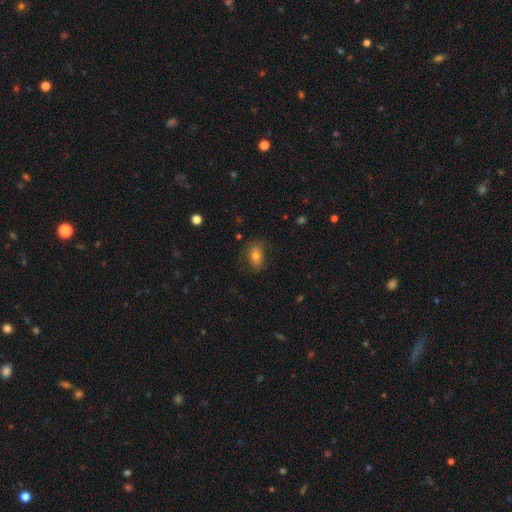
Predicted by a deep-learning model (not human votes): smooth-or-featured: smooth: 69% | featured or disk: 21% | star or artifact: 10%
  how-rounded: in between: 68% | round: 30% | cigar-shaped: 1%
  merging: none: 69% | minor disturbance: 20% | major disturbance: 10% | merger: 1%